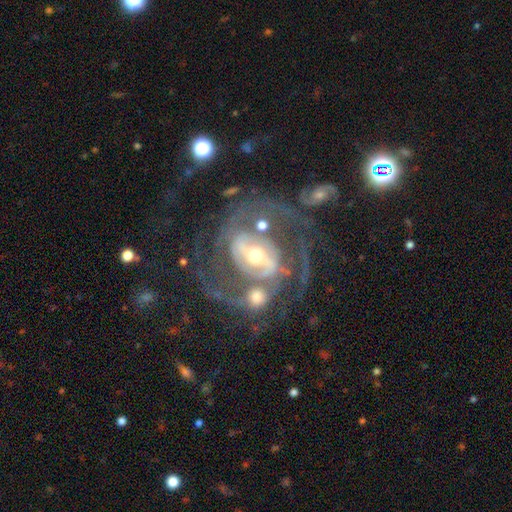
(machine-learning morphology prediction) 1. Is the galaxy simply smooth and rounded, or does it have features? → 87% featured or disk, 7% smooth, 6% star or artifact.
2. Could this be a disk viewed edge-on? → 97% no, 3% yes.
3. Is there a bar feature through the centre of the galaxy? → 39% strong, 36% weak, 24% no.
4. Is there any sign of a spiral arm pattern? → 89% yes, 11% no.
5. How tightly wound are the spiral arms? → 44% medium, 39% tight, 18% loose.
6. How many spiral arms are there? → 52% 2, 19% can't tell, 13% 3, 5% 1, 5% 4, 4% more than 4.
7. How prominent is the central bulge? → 57% moderate, 35% small, 6% large, 1% none, 1% dominant.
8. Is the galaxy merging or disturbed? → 45% none, 21% merger, 20% major disturbance, 15% minor disturbance.